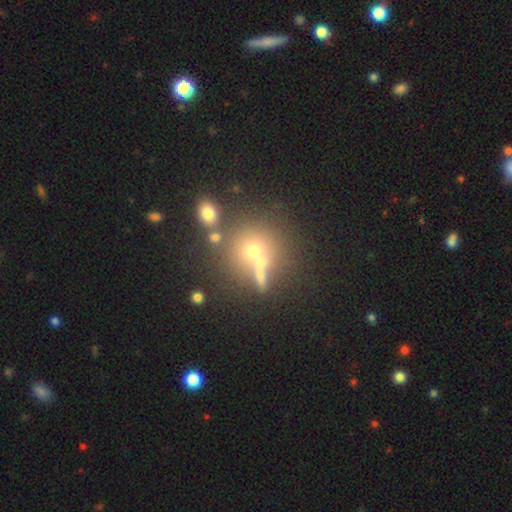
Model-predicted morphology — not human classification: Smooth or featured: smooth — 55% (star or artifact — 24%)
How rounded: round — 88% (in between — 10%)
Merging: none — 55% (merger — 30%)